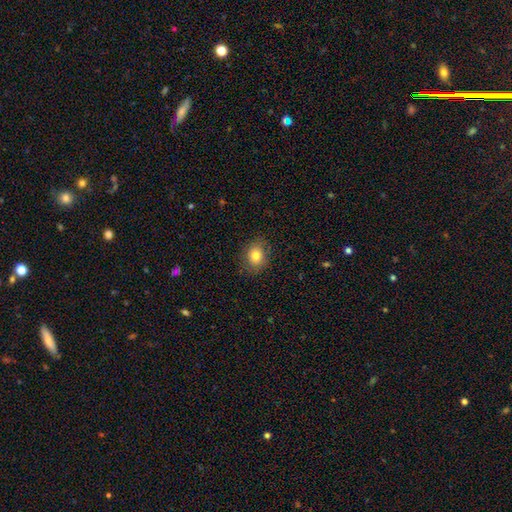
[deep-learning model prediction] Overall: smooth (80%). How rounded: round (51%; in between 48%). Merging: none (83%).